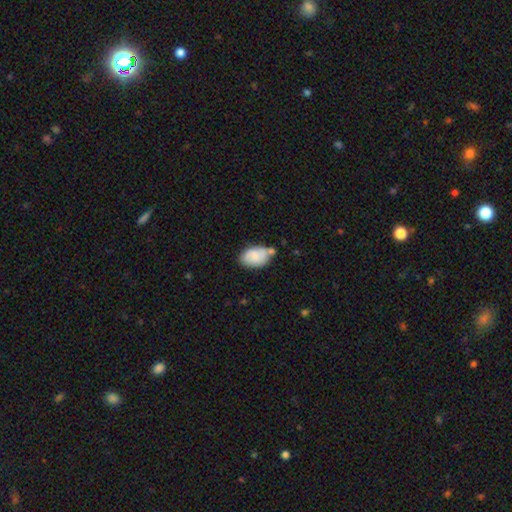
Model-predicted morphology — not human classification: smooth_or_featured: smooth (p=0.79) [alt: featured or disk p=0.14]
how_rounded: in between (p=0.90) [alt: round p=0.09]
merging: none (p=0.50) [alt: minor disturbance p=0.26]